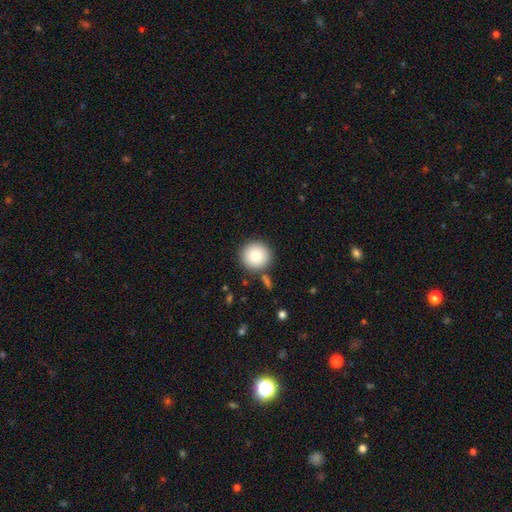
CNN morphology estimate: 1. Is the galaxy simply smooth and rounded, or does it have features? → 83% smooth, 8% star or artifact, 8% featured or disk.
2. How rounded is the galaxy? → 95% round, 4% in between, 1% cigar-shaped.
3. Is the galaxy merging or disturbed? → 84% none, 8% minor disturbance, 6% merger, 3% major disturbance.